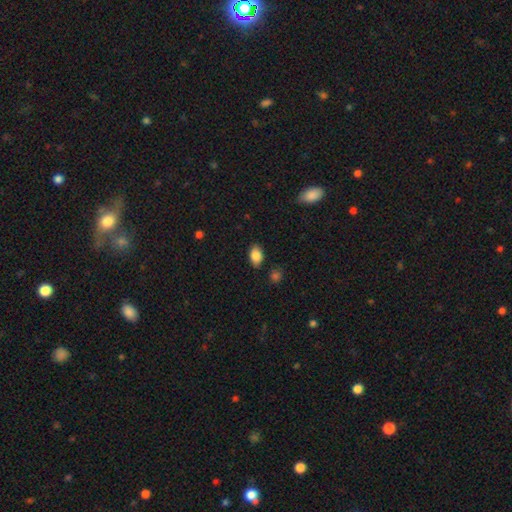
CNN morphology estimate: Smooth or featured? smooth (86%)
How rounded? in between (88%)
Merging? none (84%)